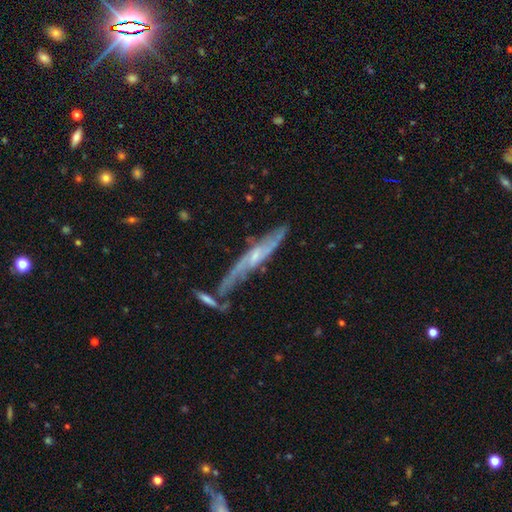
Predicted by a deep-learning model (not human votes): Smooth or featured? Predicted: featured or disk (p=0.73). Edge-on disk? Predicted: yes (p=0.64). Merging? Predicted: none (p=0.50).